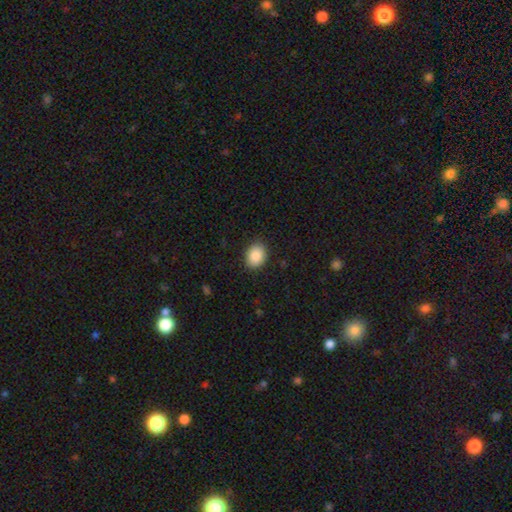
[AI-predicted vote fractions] A smooth galaxy with no disk features (89%) that is in between round and cigar-shaped (59%). Merging: none (88%).